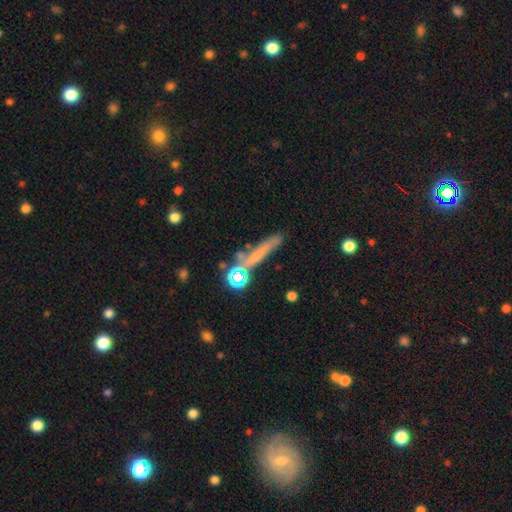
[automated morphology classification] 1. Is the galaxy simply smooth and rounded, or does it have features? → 51% smooth, 32% featured or disk, 17% star or artifact.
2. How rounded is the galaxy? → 80% cigar-shaped, 10% round, 9% in between.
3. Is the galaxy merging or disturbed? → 65% none, 16% minor disturbance, 12% merger, 7% major disturbance.